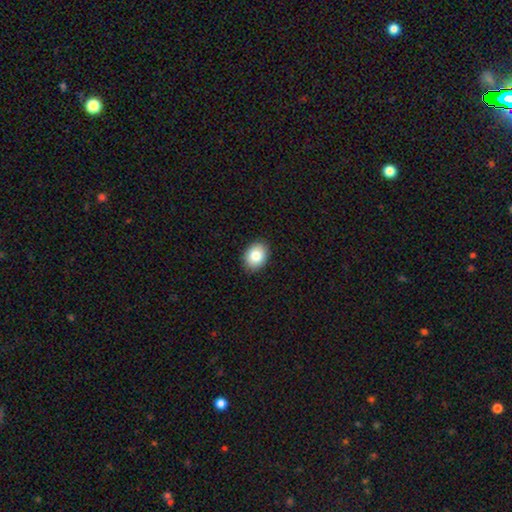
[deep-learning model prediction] Q: Smooth or featured?
A: smooth (84%); runner-up: featured or disk (8%)
Q: How rounded?
A: in between (65%); runner-up: round (34%)
Q: Merging?
A: none (90%); runner-up: minor disturbance (8%)